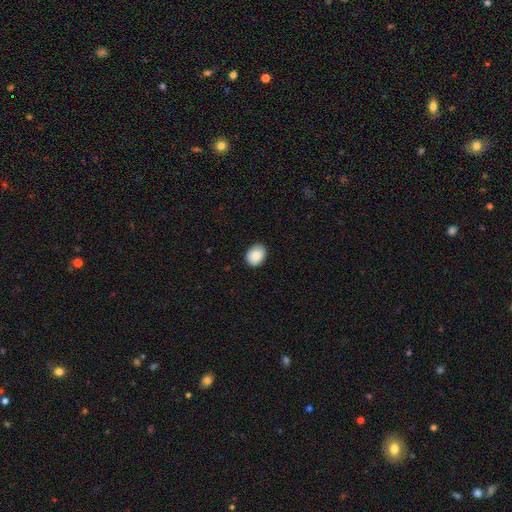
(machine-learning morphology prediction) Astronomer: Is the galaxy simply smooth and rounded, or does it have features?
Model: smooth — 88%.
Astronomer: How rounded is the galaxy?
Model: in between — 54% (runner-up: round, 45%).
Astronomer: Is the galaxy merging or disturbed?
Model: none — 87%.